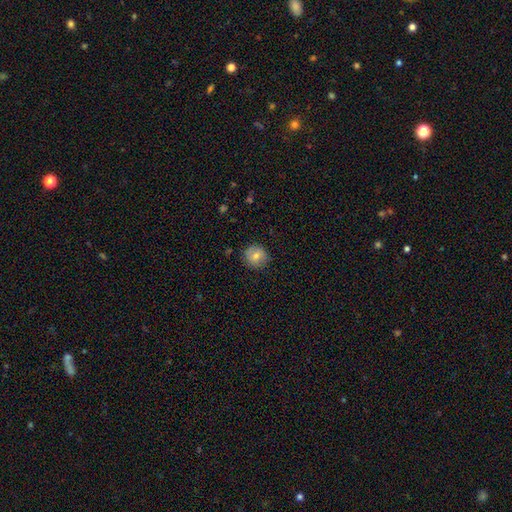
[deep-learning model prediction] Smooth or featured?
  - smooth: 71% *
  - featured or disk: 20%
  - star or artifact: 9%
How rounded?
  - round: 89% *
  - in between: 10%
  - cigar-shaped: 1%
Merging?
  - none: 82% *
  - minor disturbance: 14%
  - major disturbance: 3%
  - merger: 1%